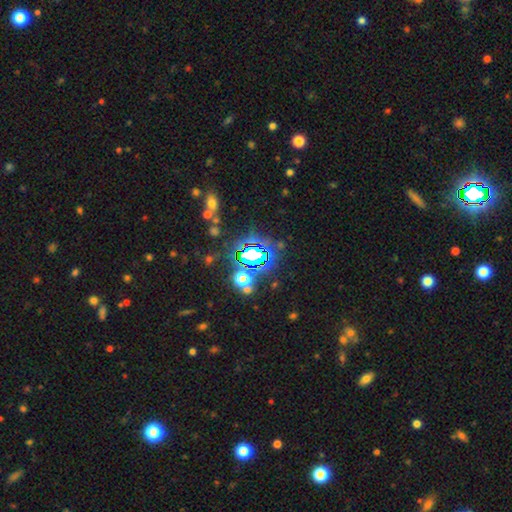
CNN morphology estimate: This is likely a star or artifact rather than a galaxy (72%).